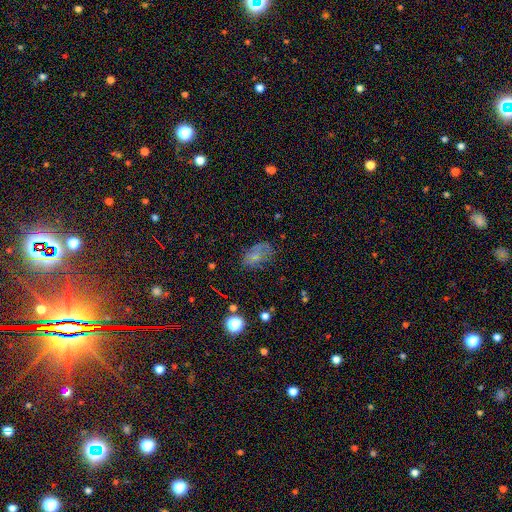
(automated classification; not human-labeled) Smooth or featured? smooth (54%)
How rounded? in between (86%)
Merging? none (59%)